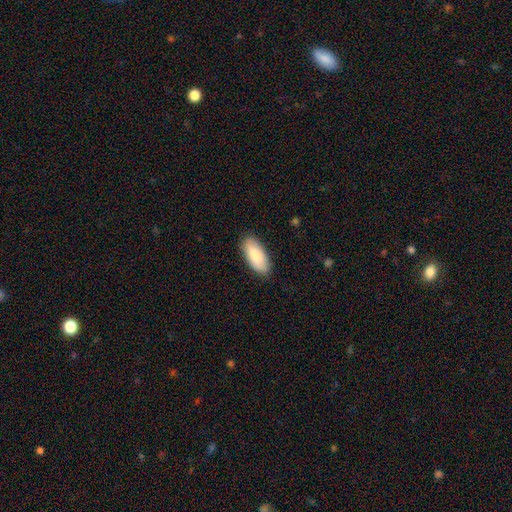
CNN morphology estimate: This is clearly a smooth galaxy (83%). How rounded: clearly in between (89%). Merging: clearly none (87%).